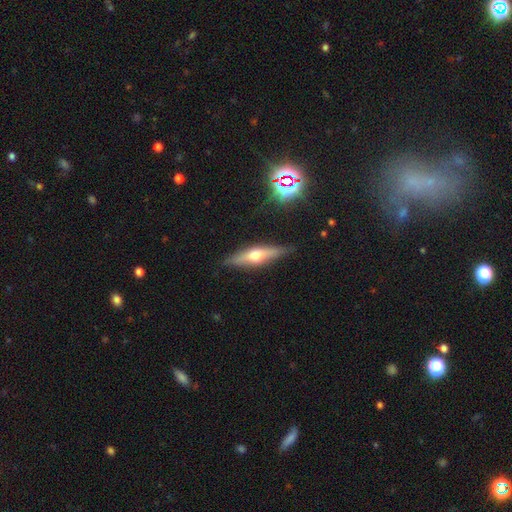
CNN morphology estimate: Q: Smooth or featured?
A: featured or disk (53%); runner-up: smooth (40%)
Q: Edge-on disk?
A: yes (90%); runner-up: no (10%)
Q: Merging?
A: none (84%); runner-up: minor disturbance (12%)